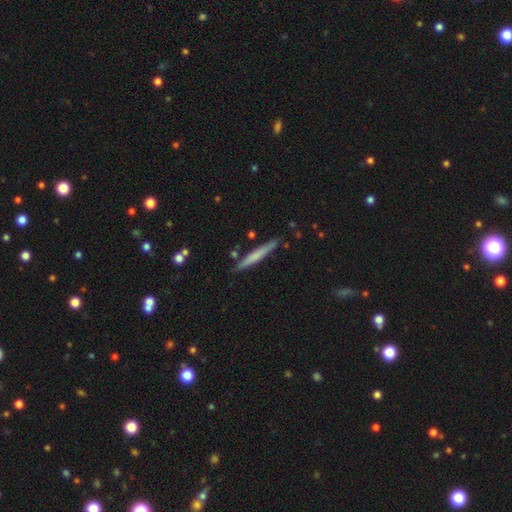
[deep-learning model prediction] smooth 60%, featured or disk 35%, star or artifact 5%. Down the decision tree: how rounded — cigar-shaped (96%); merging — none (86%).